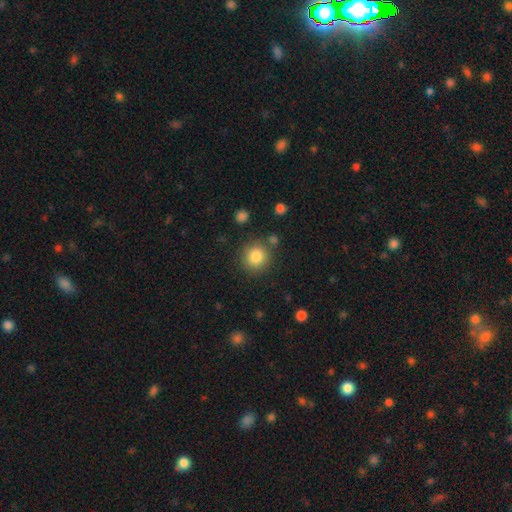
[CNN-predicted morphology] type=smooth (84%); roundness=round (91%); merging=none (82%).